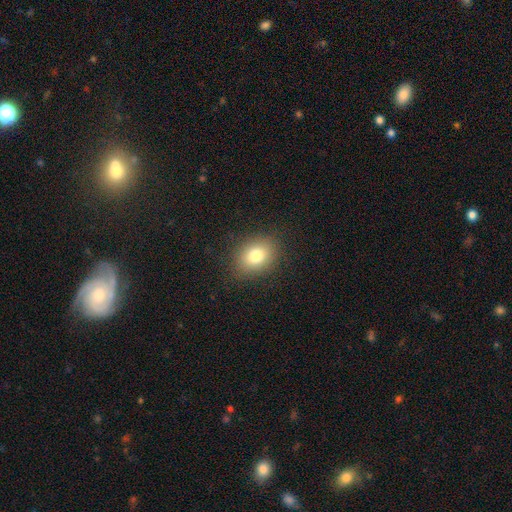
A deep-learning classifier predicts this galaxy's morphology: type=smooth (79%); roundness=in between (62%); merging=none (86%).